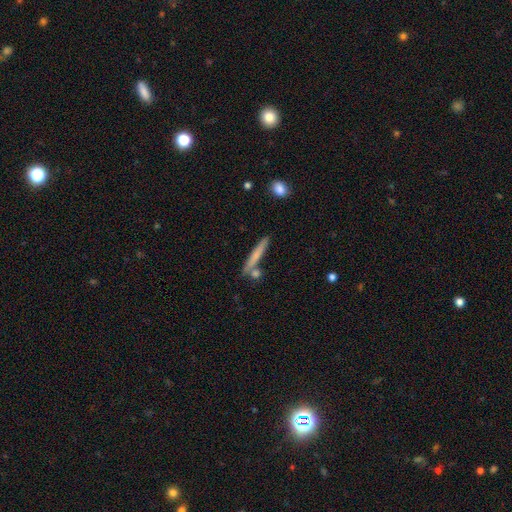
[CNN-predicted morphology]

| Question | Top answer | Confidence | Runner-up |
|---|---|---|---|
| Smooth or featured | smooth | 63% | featured or disk (31%) |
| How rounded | cigar-shaped | 94% | in between (4%) |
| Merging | none | 76% | minor disturbance (11%) |